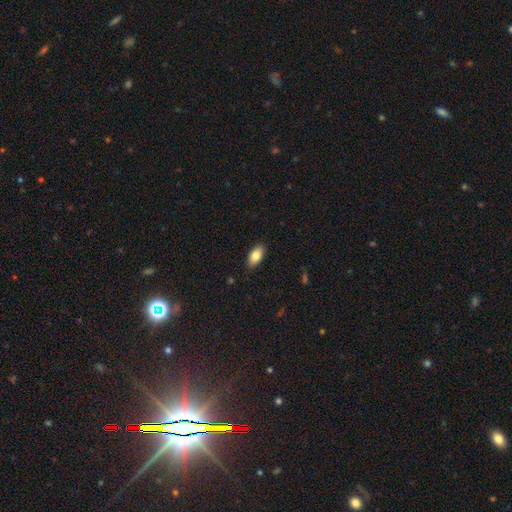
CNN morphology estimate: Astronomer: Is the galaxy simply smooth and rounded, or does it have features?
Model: smooth — 81%.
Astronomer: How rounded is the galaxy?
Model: in between — 91%.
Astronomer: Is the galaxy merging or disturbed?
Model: none — 88%.